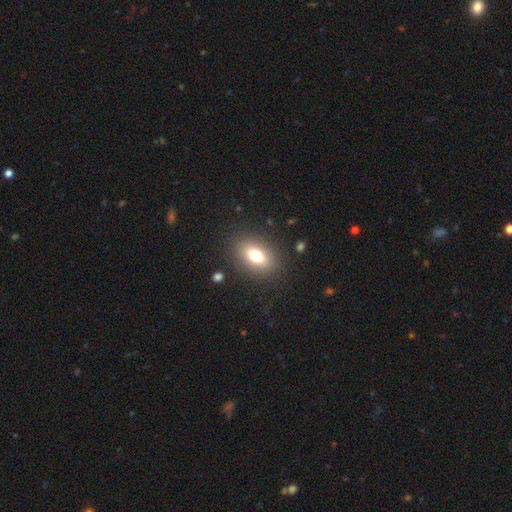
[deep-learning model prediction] smooth_or_featured: smooth (p=0.74) [alt: featured or disk p=0.15]
how_rounded: in between (p=0.81) [alt: round p=0.16]
merging: none (p=0.85) [alt: minor disturbance p=0.09]